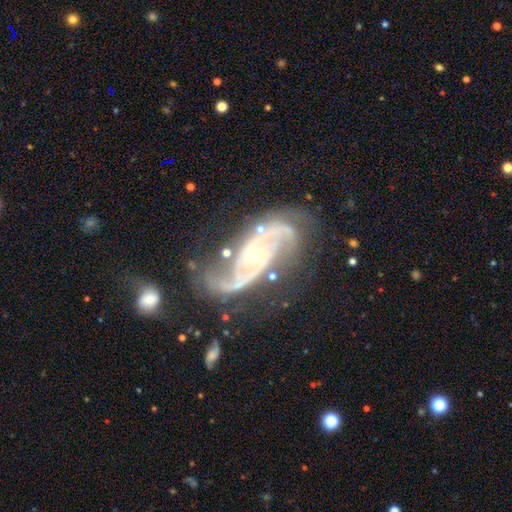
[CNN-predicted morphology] Smooth or featured: featured or disk — 91% (star or artifact — 6%)
Edge-on disk: no — 96% (yes — 4%)
Bar: no — 57% (weak — 27%)
Spiral arms: yes — 98% (no — 2%)
Spiral winding: medium — 52% (tight — 29%)
Spiral arm count: 2 — 80% (3 — 7%)
Bulge size: small — 58% (moderate — 38%)
Merging: none — 61% (minor disturbance — 20%)